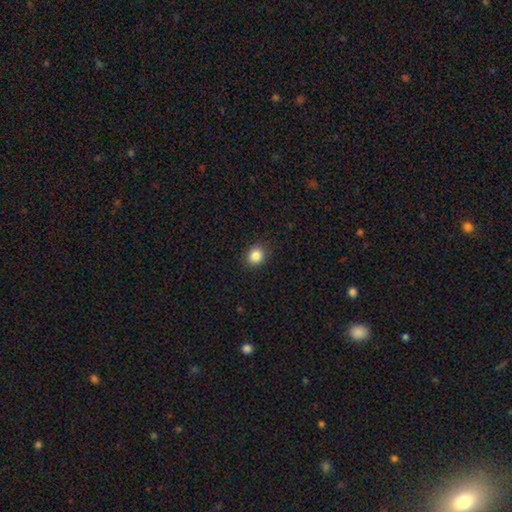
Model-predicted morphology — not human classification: This is clearly a smooth galaxy (86%). How rounded: likely round (72%). Merging: clearly none (89%).